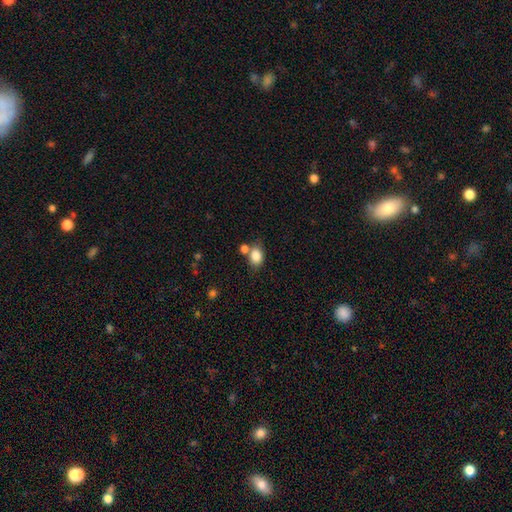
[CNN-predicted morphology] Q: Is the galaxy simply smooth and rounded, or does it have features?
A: smooth — 84%.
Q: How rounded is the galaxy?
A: in between — 70%.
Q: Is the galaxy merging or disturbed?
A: none — 58%.